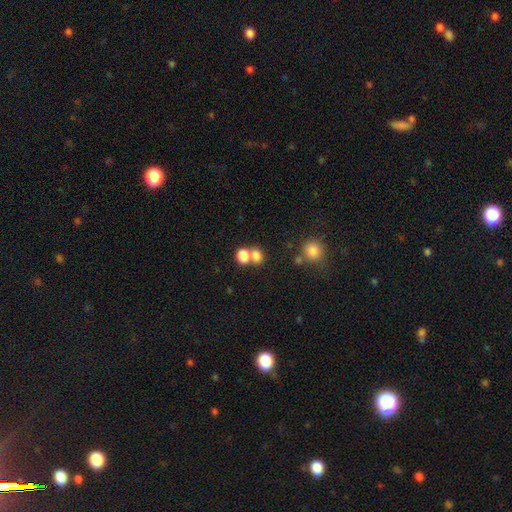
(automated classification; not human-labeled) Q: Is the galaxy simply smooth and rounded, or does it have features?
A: smooth — 79%.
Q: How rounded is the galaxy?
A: in between — 55%.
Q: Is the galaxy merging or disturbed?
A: merger — 49%.